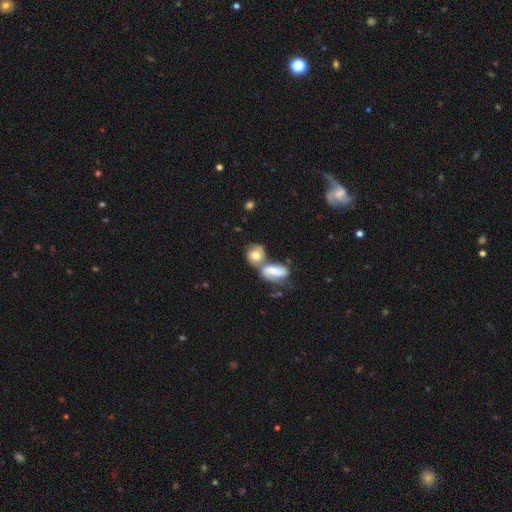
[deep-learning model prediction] A smooth galaxy with no disk features (67%) that is round (53%). Merging: merger (51%).